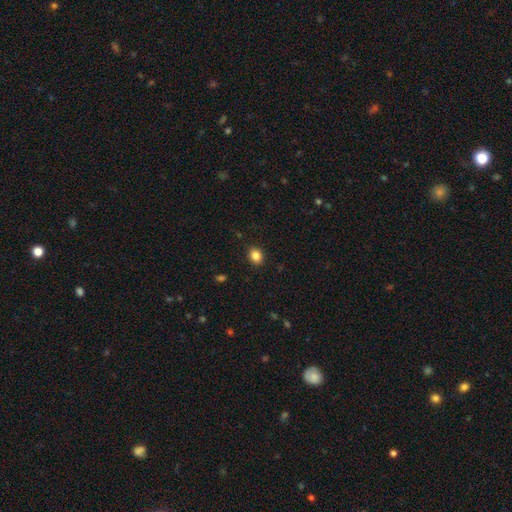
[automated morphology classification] A smooth galaxy with no disk features (85%) that is round (58%).

Vote fractions:
- Smooth or featured? smooth: 85% / star or artifact: 10% / featured or disk: 4%
- How rounded? round: 58% / in between: 42% / cigar-shaped: 1%
- Merging? none: 90% / minor disturbance: 7% / major disturbance: 2% / merger: 1%